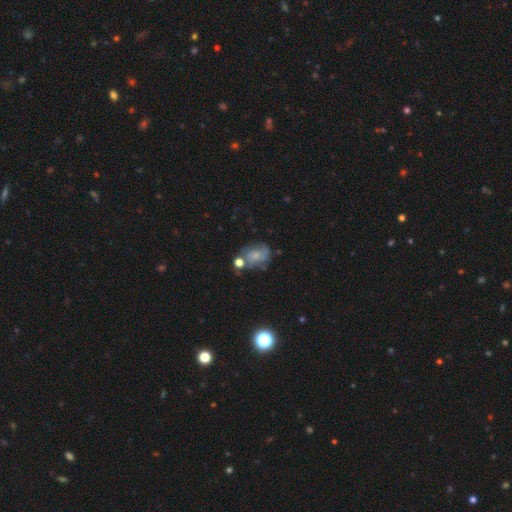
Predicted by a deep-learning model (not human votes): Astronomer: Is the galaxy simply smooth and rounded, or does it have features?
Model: featured or disk — 44%, tied with smooth at 44%.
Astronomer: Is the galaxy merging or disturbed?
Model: none — 43% (runner-up: minor disturbance, 24%).